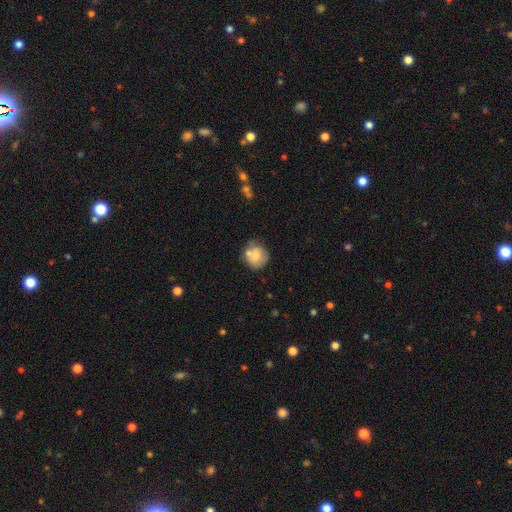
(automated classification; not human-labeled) Overall: smooth (70%). How rounded: round (85%). Merging: none (54%; minor disturbance 21%).